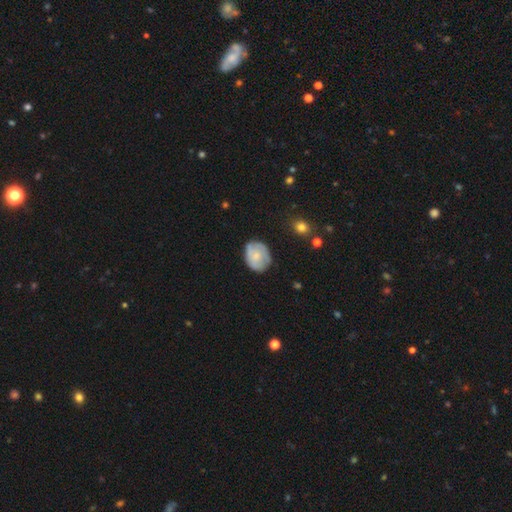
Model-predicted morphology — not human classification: Smooth or featured? Predicted: smooth (p=0.57). How rounded? Predicted: in between (p=0.53). Merging? Predicted: none (p=0.64).